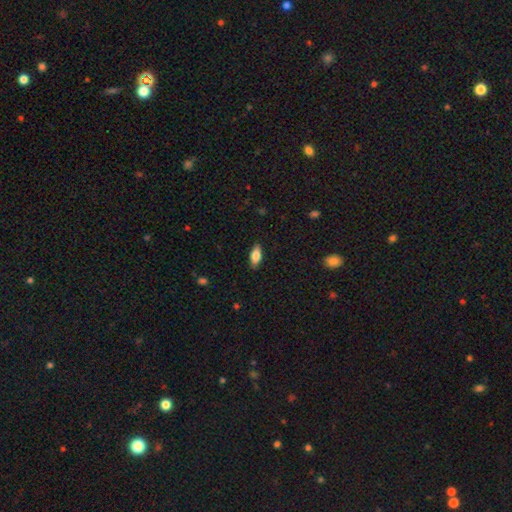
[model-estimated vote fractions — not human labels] The model was most divided on "smooth or featured": smooth: 79%, featured or disk: 15%, star or artifact: 7%. More confident: merging — none (87%); how rounded — in between (82%).